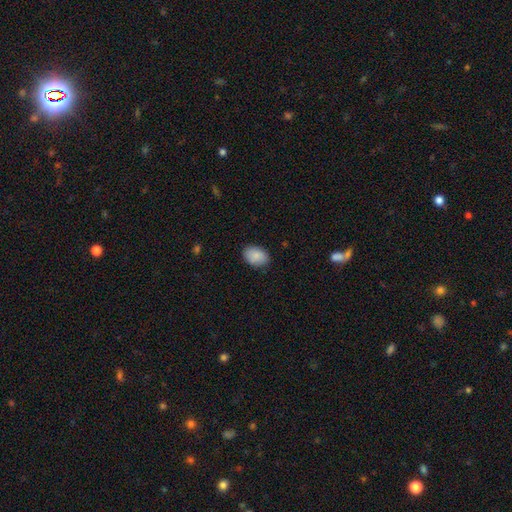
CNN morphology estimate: A smooth galaxy with no disk features (90%) that is in between round and cigar-shaped (83%). Merging: none (87%).